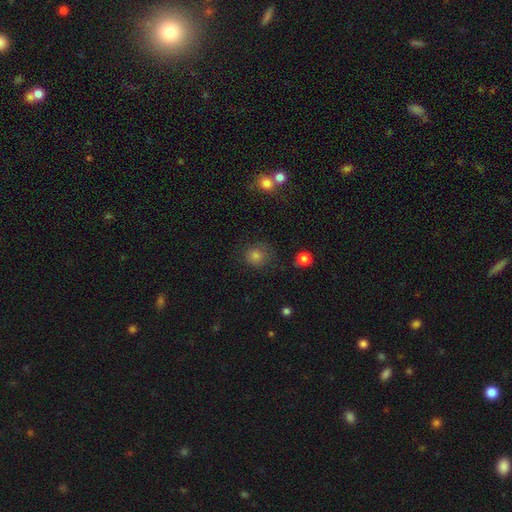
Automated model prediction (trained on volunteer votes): smooth-or-featured: smooth: 74% | star or artifact: 18% | featured or disk: 7%
  how-rounded: round: 87% | in between: 12% | cigar-shaped: 1%
  merging: none: 78% | minor disturbance: 14% | major disturbance: 5% | merger: 2%